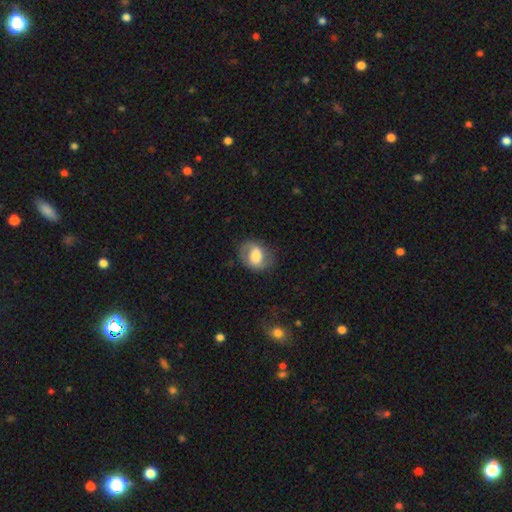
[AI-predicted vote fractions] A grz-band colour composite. It shows a smooth galaxy with no disk features (52%) that is in between round and cigar-shaped (59%). Merging: none (73%).